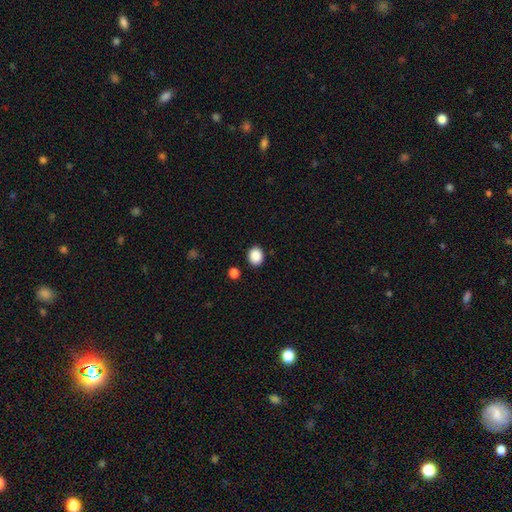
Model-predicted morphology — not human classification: Q: Smooth or featured?
A: smooth (88%); runner-up: star or artifact (9%)
Q: How rounded?
A: round (64%); runner-up: in between (35%)
Q: Merging?
A: none (88%); runner-up: minor disturbance (7%)